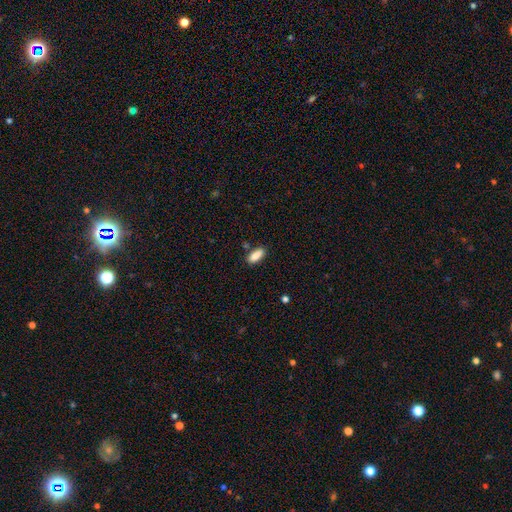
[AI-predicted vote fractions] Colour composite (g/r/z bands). It shows a smooth galaxy with no disk features (87%) that is in between round and cigar-shaped (81%). Merging: none (79%).